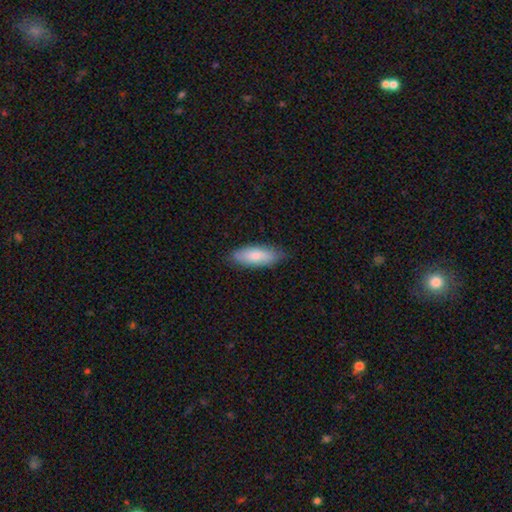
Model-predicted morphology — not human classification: Smooth or featured? Predicted: smooth (p=0.81). How rounded? Predicted: in between (p=0.70). Merging? Predicted: none (p=0.82).